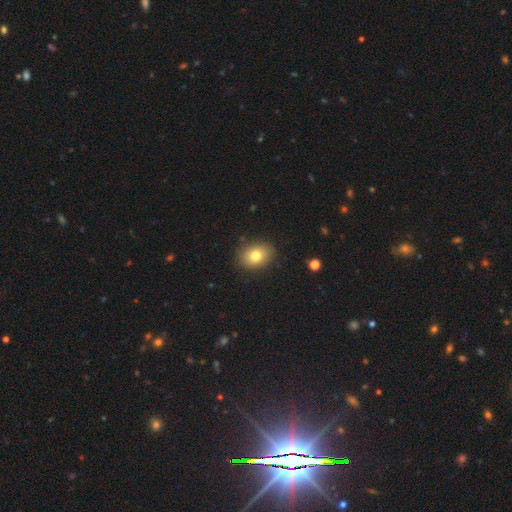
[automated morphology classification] Smooth or featured: smooth — 78% (featured or disk — 11%)
How rounded: in between — 61% (round — 38%)
Merging: none — 87% (minor disturbance — 10%)